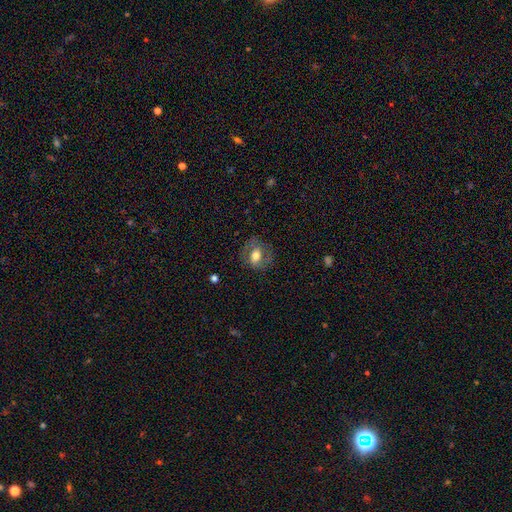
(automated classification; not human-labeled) Morphology: type=smooth (50%); roundness=in between (57%); merging=none (71%).